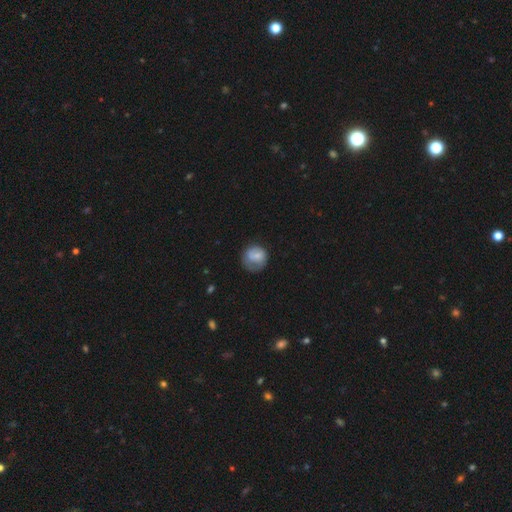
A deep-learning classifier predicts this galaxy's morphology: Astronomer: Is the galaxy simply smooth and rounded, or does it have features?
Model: smooth — 64%.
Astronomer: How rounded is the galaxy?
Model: round — 80%.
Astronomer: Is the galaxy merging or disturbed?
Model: none — 51% (runner-up: minor disturbance, 28%).